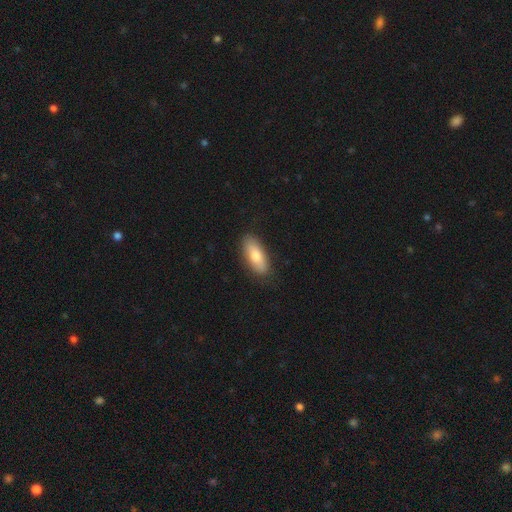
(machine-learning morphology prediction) This is likely a smooth galaxy (77%). How rounded: likely in between (77%). Merging: clearly none (85%).